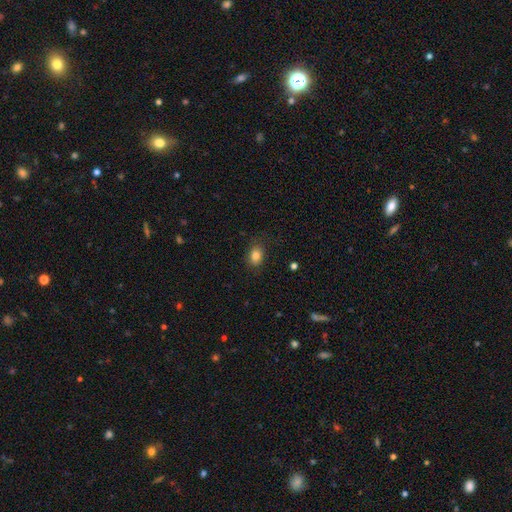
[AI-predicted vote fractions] smooth_or_featured: smooth (p=0.83) [alt: star or artifact p=0.10]
how_rounded: in between (p=0.68) [alt: round p=0.31]
merging: none (p=0.82) [alt: minor disturbance p=0.14]